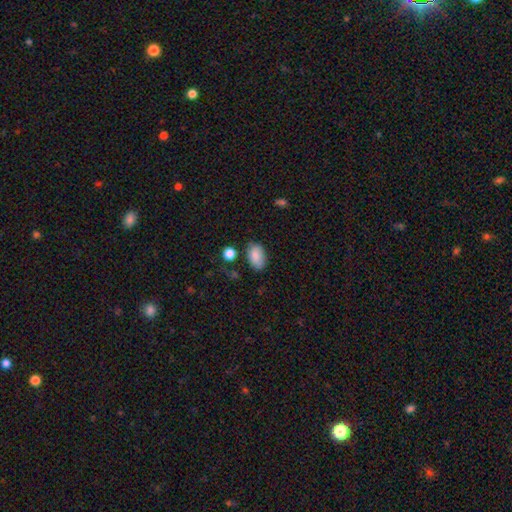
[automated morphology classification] smooth-or-featured: smooth: 86% | star or artifact: 7% | featured or disk: 7%
  how-rounded: in between: 91% | round: 8% | cigar-shaped: 1%
  merging: none: 75% | minor disturbance: 18% | major disturbance: 4% | merger: 4%